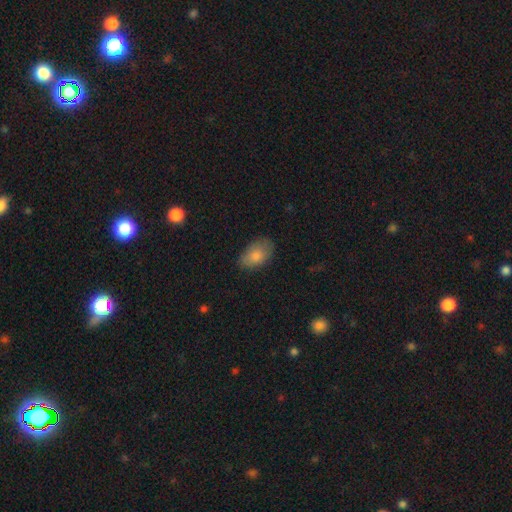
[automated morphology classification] smooth-or-featured: smooth: 83% | featured or disk: 10% | star or artifact: 7%
  how-rounded: in between: 92% | round: 7% | cigar-shaped: 2%
  merging: none: 75% | minor disturbance: 20% | major disturbance: 4% | merger: 1%